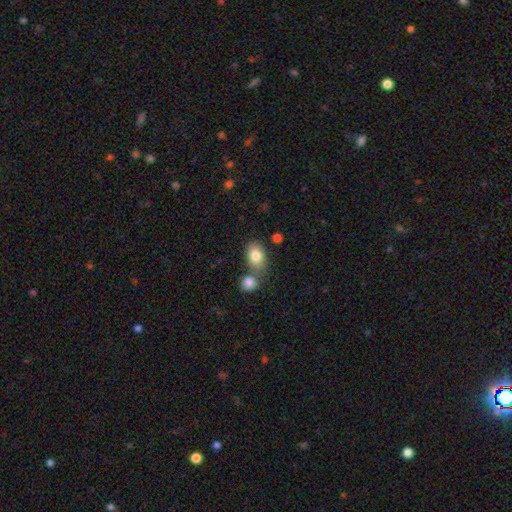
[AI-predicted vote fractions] Smooth or featured? Predicted: smooth (p=0.82). How rounded? Predicted: in between (p=0.79). Merging? Predicted: none (p=0.56).